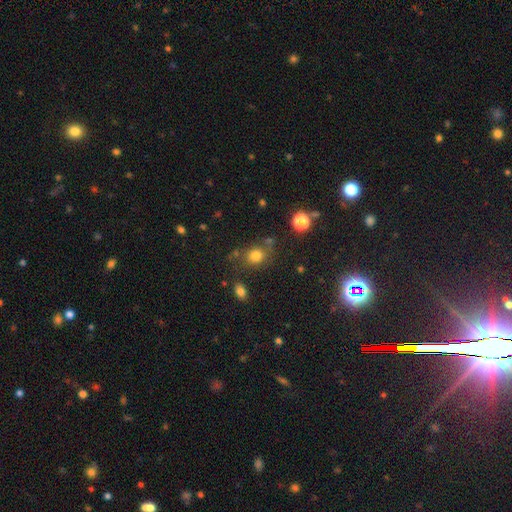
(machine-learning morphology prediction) This is likely a smooth galaxy (78%). How rounded: likely round (65%). Merging: likely none (70%).